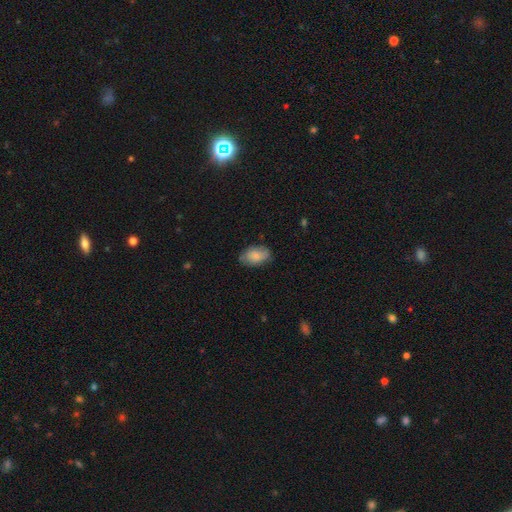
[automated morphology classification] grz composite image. It shows a smooth galaxy with no disk features (80%) that is in between round and cigar-shaped (91%). Merging: none (73%).